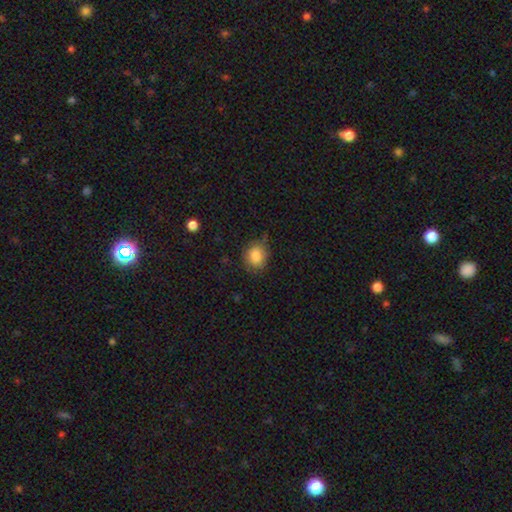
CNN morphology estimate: The model was most divided on "merging": none: 65%, minor disturbance: 27%, major disturbance: 7%, merger: 2%. More confident: smooth or featured — smooth (82%); how rounded — round (72%).